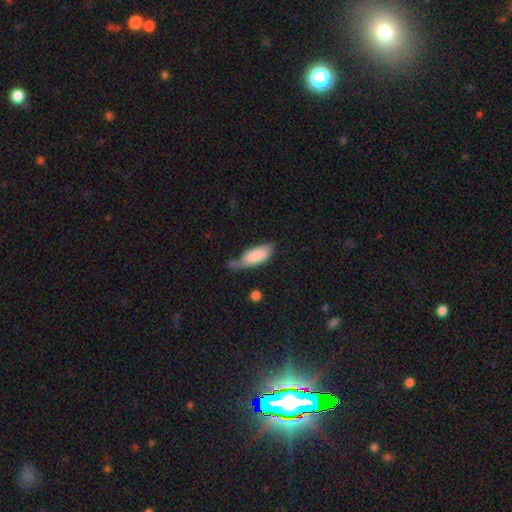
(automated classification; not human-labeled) smooth 78%, featured or disk 16%, star or artifact 6%. Down the decision tree: how rounded — in between (80%); merging — minor disturbance (40%).